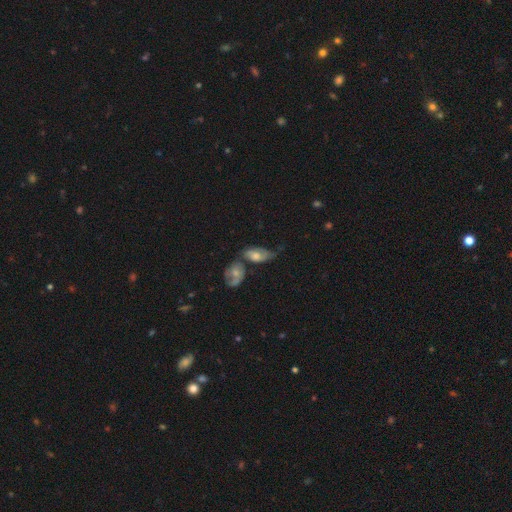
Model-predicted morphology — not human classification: type=smooth (45%, tied with featured or disk); merging=merger (36%).